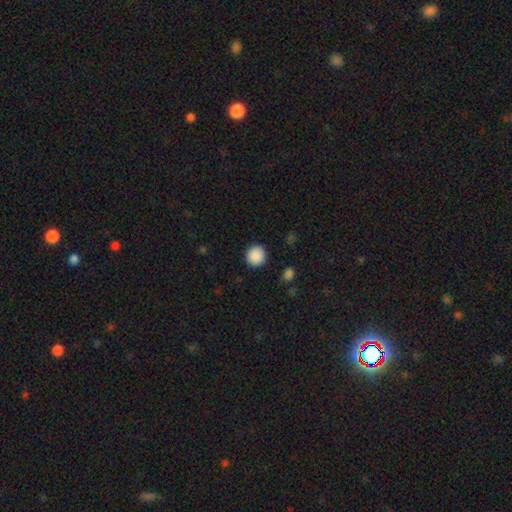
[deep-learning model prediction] The model was most divided on "smooth or featured": smooth: 90%, star or artifact: 8%, featured or disk: 2%. More confident: how rounded — round (91%); merging — none (90%).